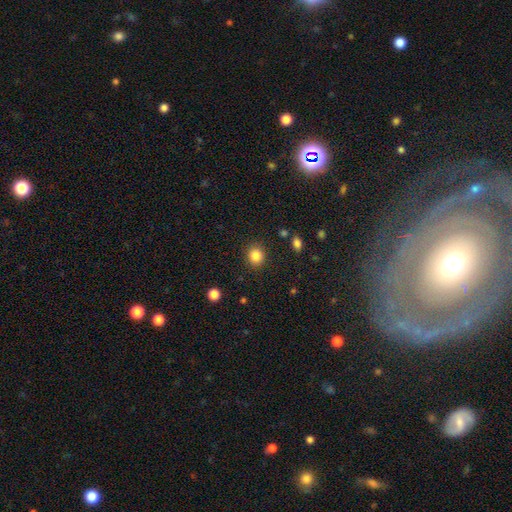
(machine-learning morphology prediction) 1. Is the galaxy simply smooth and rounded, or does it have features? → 85% smooth, 10% star or artifact, 5% featured or disk.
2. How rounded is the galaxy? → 80% round, 19% in between, 1% cigar-shaped.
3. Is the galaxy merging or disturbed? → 89% none, 7% minor disturbance, 3% major disturbance, 2% merger.